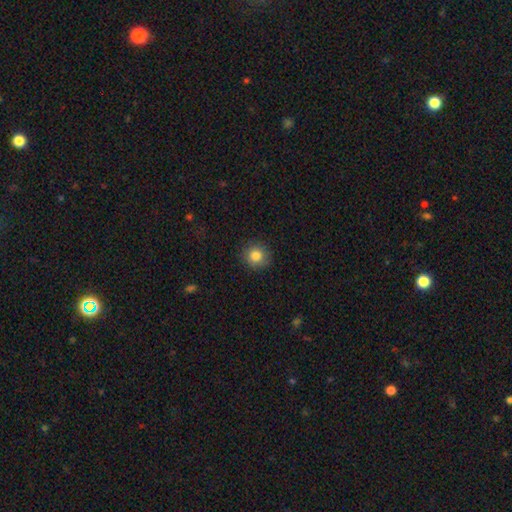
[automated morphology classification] Q: Smooth or featured?
A: smooth (83%); runner-up: star or artifact (10%)
Q: How rounded?
A: round (91%); runner-up: in between (8%)
Q: Merging?
A: none (89%); runner-up: minor disturbance (8%)